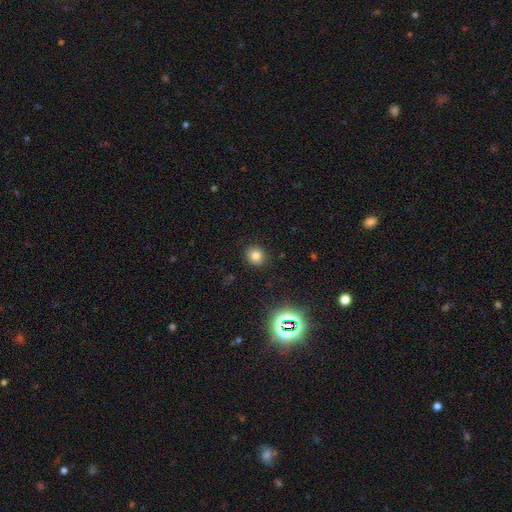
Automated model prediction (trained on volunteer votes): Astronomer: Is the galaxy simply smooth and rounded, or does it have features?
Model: smooth — 77%.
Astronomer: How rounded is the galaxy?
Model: round — 80%.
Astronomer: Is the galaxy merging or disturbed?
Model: none — 90%.